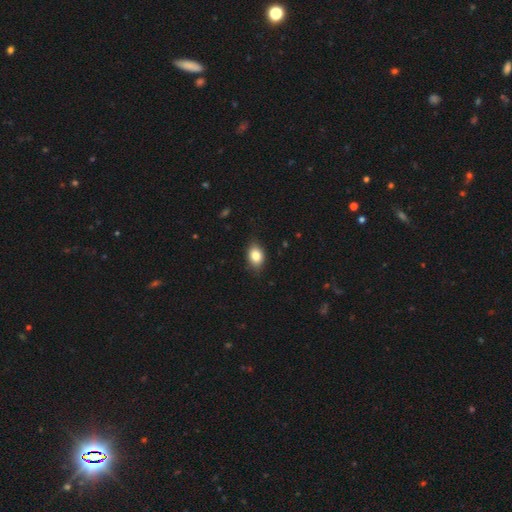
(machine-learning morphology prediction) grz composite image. It shows a smooth galaxy with no disk features (82%) that is in between round and cigar-shaped (77%). Merging: none (82%).